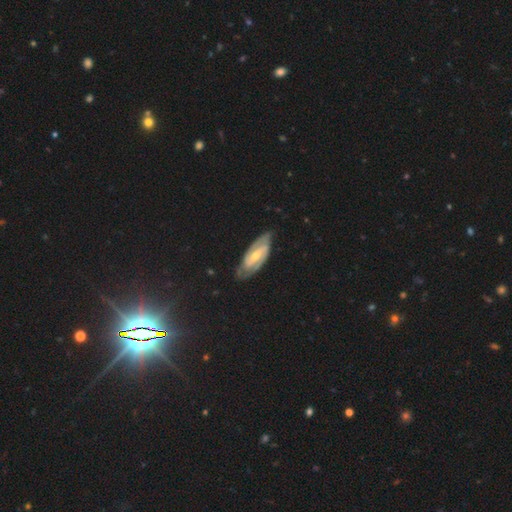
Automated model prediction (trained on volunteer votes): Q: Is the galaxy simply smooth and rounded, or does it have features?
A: featured or disk — 86%.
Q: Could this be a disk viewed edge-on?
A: no — 94%.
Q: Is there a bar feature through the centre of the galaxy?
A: weak — 44%.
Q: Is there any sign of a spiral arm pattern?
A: yes — 95%.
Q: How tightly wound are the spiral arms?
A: tight — 48%.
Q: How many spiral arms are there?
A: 2 — 86%.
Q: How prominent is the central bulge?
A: small — 50%.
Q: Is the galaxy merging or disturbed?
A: none — 77%.